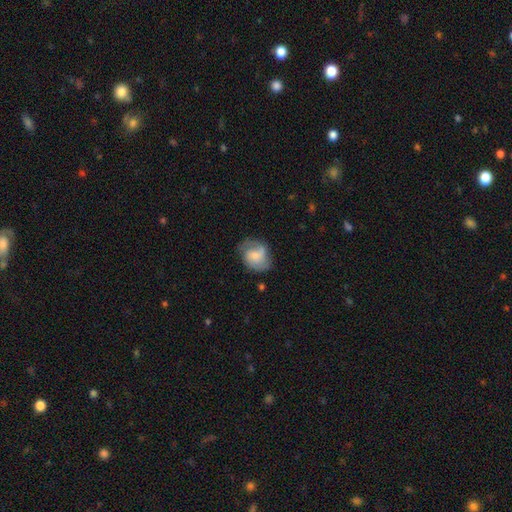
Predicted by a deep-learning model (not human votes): A featured or disk galaxy (61%) with no bar (59%), 2 (64%) medium (46%) spiral arms (90%) and a small central bulge (50%).

Vote fractions:
- Smooth or featured? featured or disk: 61% / smooth: 32% / star or artifact: 7%
- Edge-on disk? no: 98% / yes: 2%
- Bar? no: 59% / weak: 35% / strong: 6%
- Spiral arms? yes: 90% / no: 10%
- Spiral winding? medium: 46% / tight: 27% / loose: 27%
- Spiral arm count? 2: 64% / can't tell: 14% / 1: 10% / 3: 9% / 4: 2% / more than 4: 2%
- Bulge size? small: 50% / moderate: 36% / none: 9% / large: 4% / dominant: 1%
- Merging? none: 62% / minor disturbance: 24% / major disturbance: 12% / merger: 2%